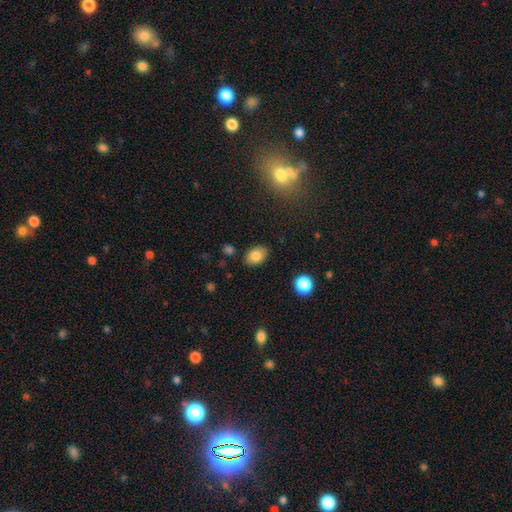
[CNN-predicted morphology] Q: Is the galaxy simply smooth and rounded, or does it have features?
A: smooth — 83%.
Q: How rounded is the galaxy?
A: in between — 82%.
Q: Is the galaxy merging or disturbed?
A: none — 85%.